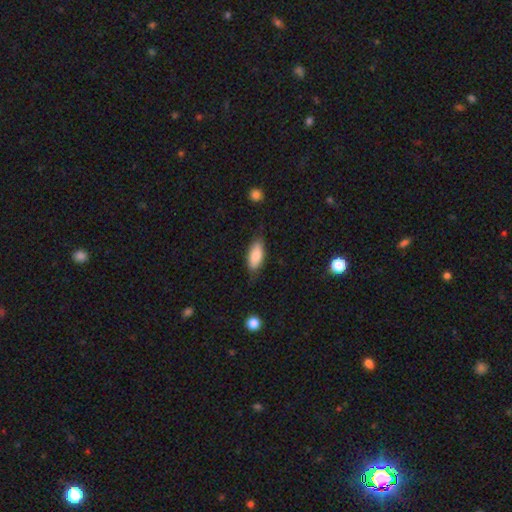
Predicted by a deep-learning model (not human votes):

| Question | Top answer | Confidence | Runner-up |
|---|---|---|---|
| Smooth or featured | smooth | 83% | featured or disk (11%) |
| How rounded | in between | 83% | cigar-shaped (15%) |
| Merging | none | 73% | minor disturbance (21%) |